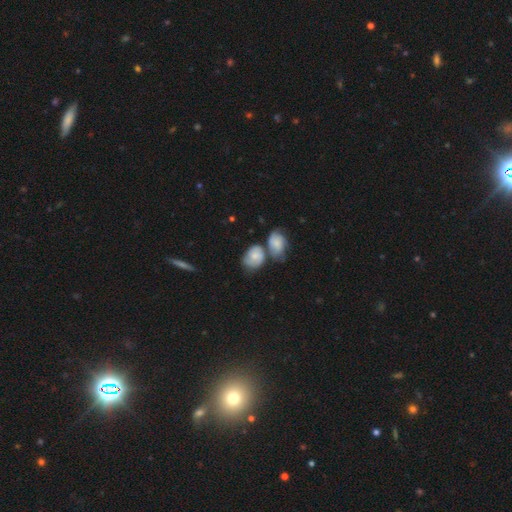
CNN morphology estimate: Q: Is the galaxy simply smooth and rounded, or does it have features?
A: smooth — 52%.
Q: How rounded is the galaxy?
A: in between — 56%.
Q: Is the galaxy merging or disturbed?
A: merger — 41%.